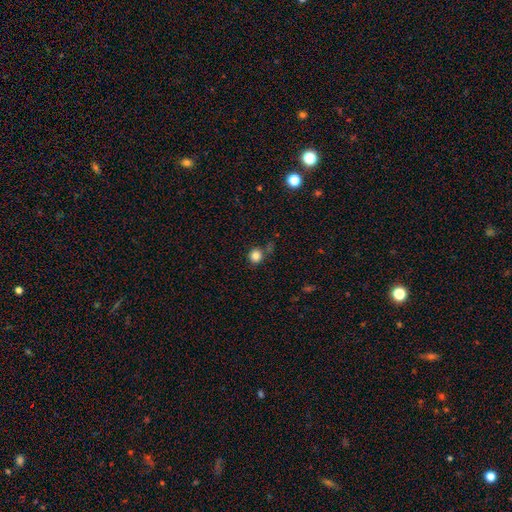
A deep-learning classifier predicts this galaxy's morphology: Overall: smooth (83%). How rounded: round (90%). Merging: none (74%).